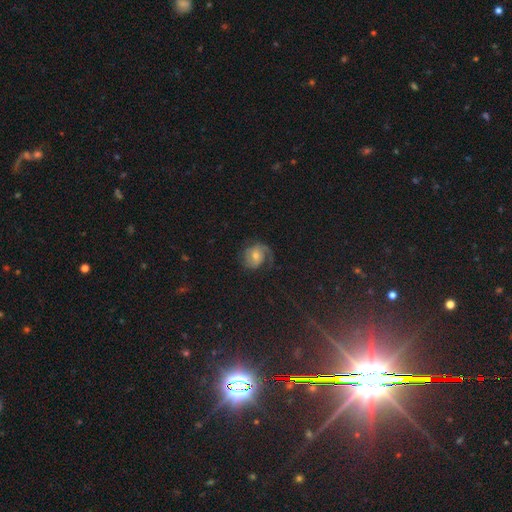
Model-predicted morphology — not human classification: smooth-or-featured: featured or disk: 62% | smooth: 26% | star or artifact: 12%
  disk-edge-on: no: 97% | yes: 3%
    bar: no: 64% | weak: 30% | strong: 7%
    has-spiral-arms: yes: 90% | no: 10%
      spiral-winding: medium: 43% | tight: 32% | loose: 26%
      spiral-arm-count: 2: 50% | 1: 31% | can't tell: 12% | 3: 4% | 4: 2% | more than 4: 2%
    bulge-size: moderate: 55% | small: 37% | large: 4% | none: 2% | dominant: 1%
  merging: none: 59% | minor disturbance: 20% | major disturbance: 19% | merger: 2%